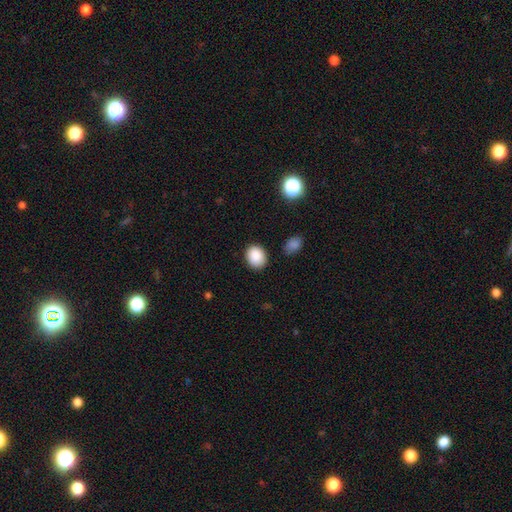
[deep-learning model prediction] smooth 88%, star or artifact 9%, featured or disk 4%. Down the decision tree: how rounded — round (55%); merging — none (85%).